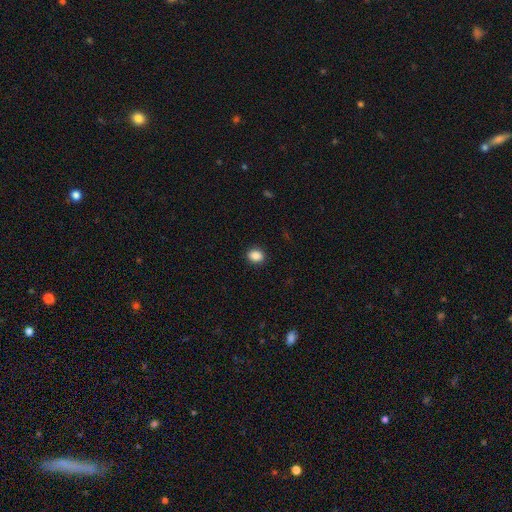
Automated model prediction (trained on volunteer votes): The model was most divided on "how rounded": round: 53%, in between: 46%, cigar-shaped: 1%. More confident: merging — none (90%); smooth or featured — smooth (88%).